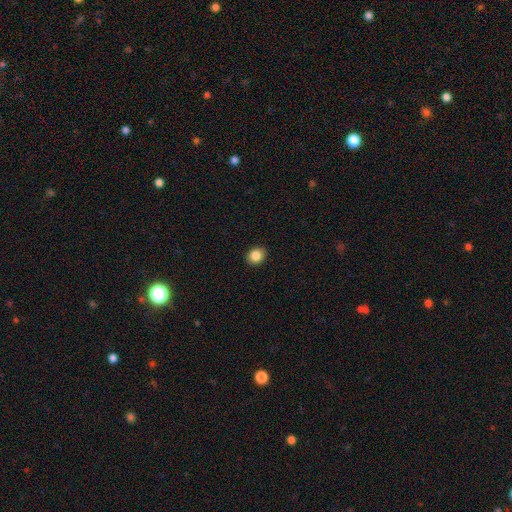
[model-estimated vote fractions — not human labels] The model was most divided on "how rounded": round: 62%, in between: 37%, cigar-shaped: 1%. More confident: merging — none (92%); smooth or featured — smooth (86%).